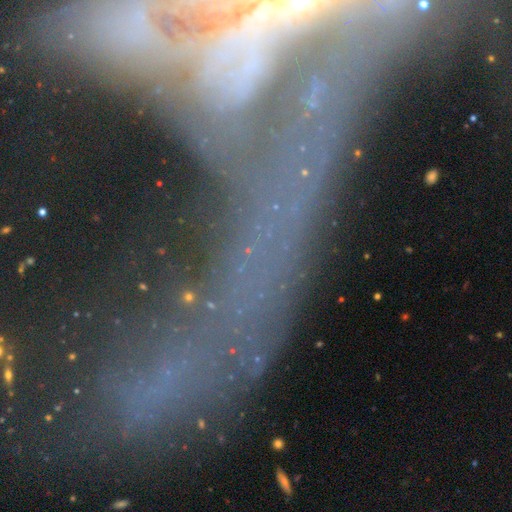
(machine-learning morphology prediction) smooth_or_featured: featured or disk (p=0.52) [alt: star or artifact p=0.31]
disk_edge_on: no (p=0.69) [alt: yes p=0.31]
merging: none (p=0.43) [alt: major disturbance p=0.23]